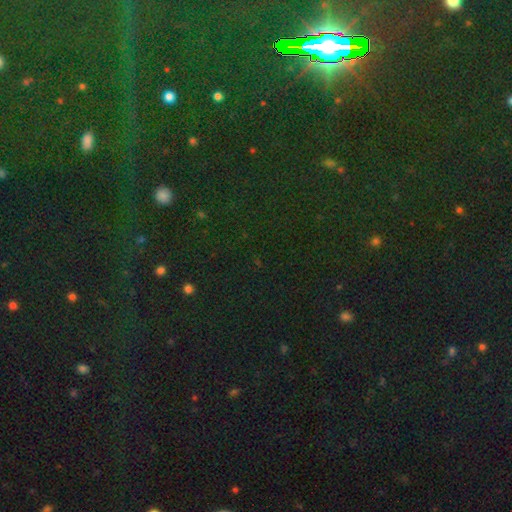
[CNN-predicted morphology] Smooth or featured: star or artifact — 80% (smooth — 12%)